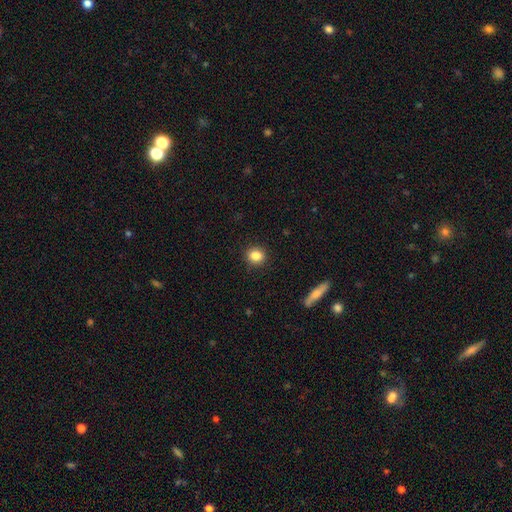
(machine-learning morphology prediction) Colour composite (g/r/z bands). It shows a smooth galaxy with no disk features (85%) that is round (76%). Merging: none (91%).